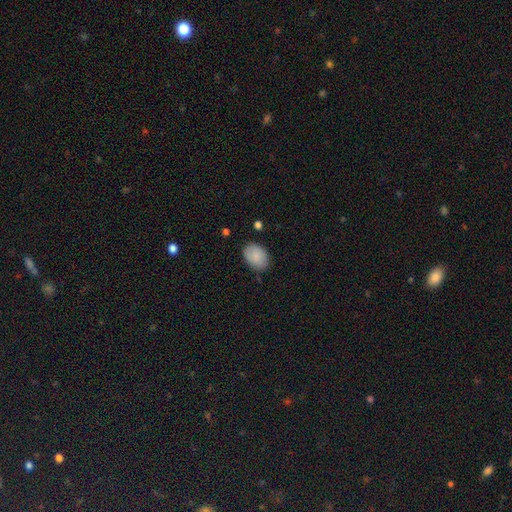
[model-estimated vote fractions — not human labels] Smooth or featured?
  - smooth: 87% *
  - featured or disk: 7%
  - star or artifact: 7%
How rounded?
  - in between: 79% *
  - round: 20%
  - cigar-shaped: 1%
Merging?
  - none: 82% *
  - minor disturbance: 14%
  - major disturbance: 3%
  - merger: 1%